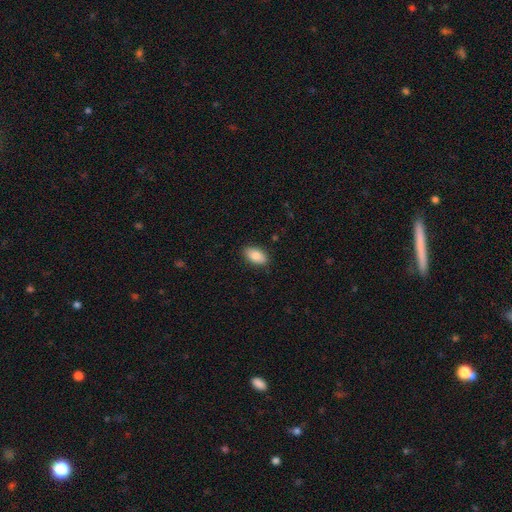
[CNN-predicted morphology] This is clearly a smooth galaxy (85%). How rounded: clearly in between (93%). Merging: clearly none (87%).